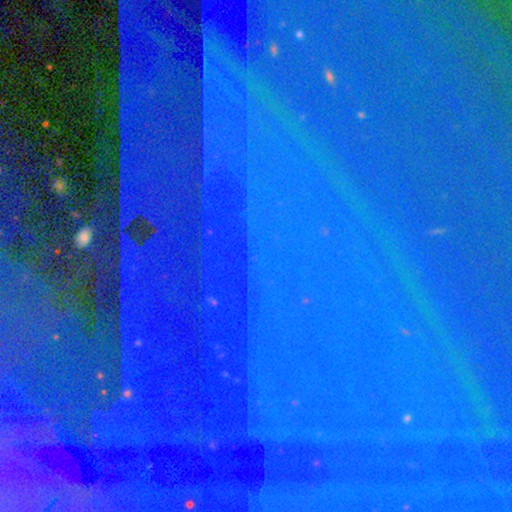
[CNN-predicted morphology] Q: Smooth or featured?
A: star or artifact (86%); runner-up: featured or disk (8%)